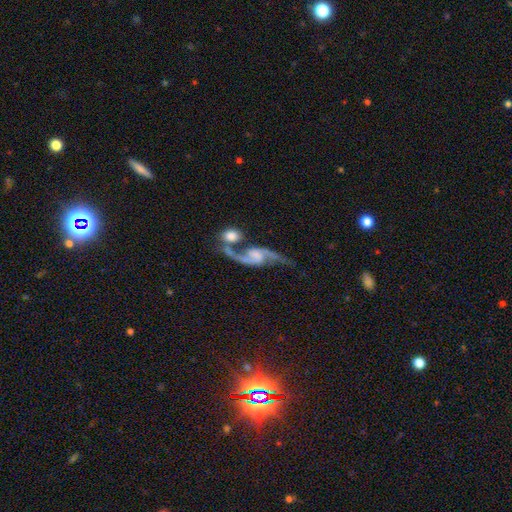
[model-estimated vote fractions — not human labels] Smooth or featured: featured or disk — 88% (smooth — 7%)
Edge-on disk: no — 95% (yes — 5%)
Bar: no — 46% (weak — 38%)
Spiral arms: yes — 96% (no — 4%)
Spiral winding: loose — 76% (medium — 19%)
Spiral arm count: 2 — 93% (1 — 2%)
Bulge size: none — 44% (small — 25%)
Merging: none — 41% (merger — 31%)